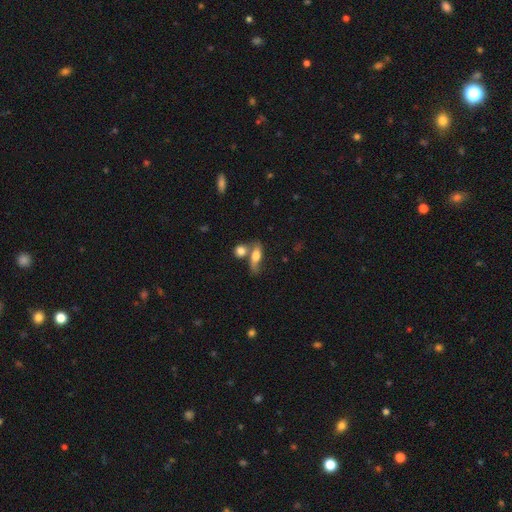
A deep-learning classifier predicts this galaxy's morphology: The model was most divided on "merging": none: 40%, merger: 35%, minor disturbance: 16%, major disturbance: 9%. More confident: how rounded — in between (63%); smooth or featured — smooth (63%).